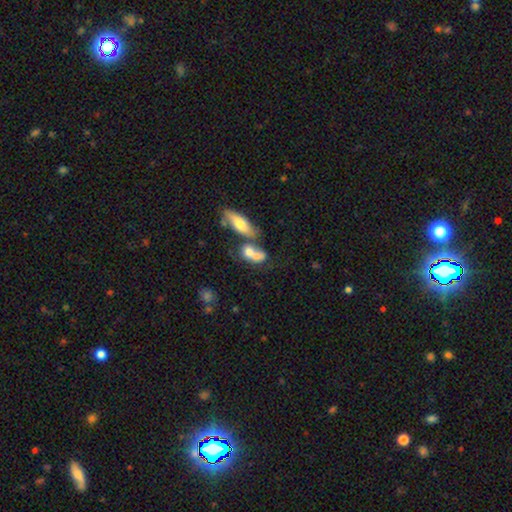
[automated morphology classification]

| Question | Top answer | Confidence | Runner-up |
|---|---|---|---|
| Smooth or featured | smooth | 66% | featured or disk (24%) |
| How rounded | in between | 71% | round (18%) |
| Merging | merger | 59% | none (23%) |